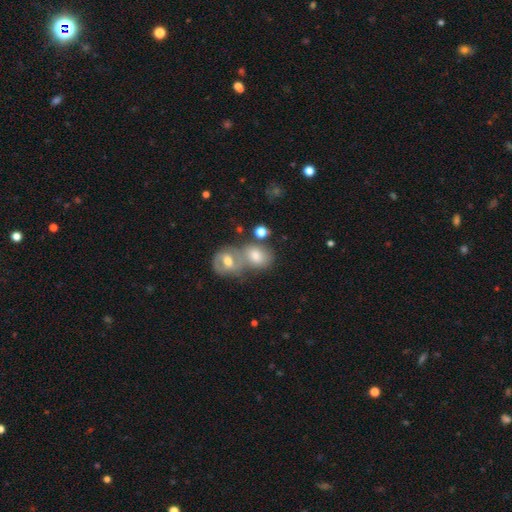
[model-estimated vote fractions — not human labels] Smooth or featured?
  - smooth: 64% *
  - featured or disk: 26%
  - star or artifact: 9%
How rounded?
  - in between: 57% *
  - round: 42%
  - cigar-shaped: 1%
Merging?
  - merger: 55% *
  - none: 29%
  - minor disturbance: 11%
  - major disturbance: 6%